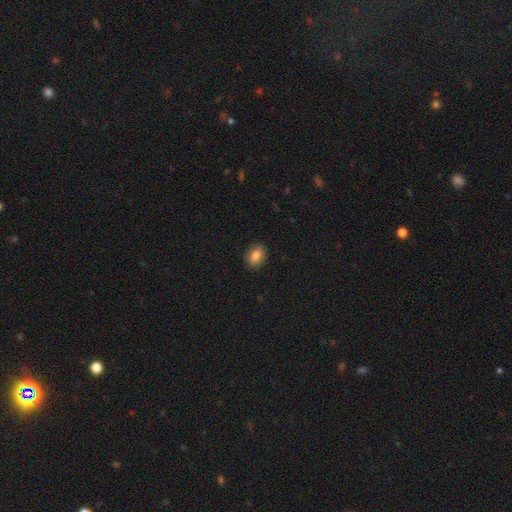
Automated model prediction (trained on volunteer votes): smooth-or-featured: smooth: 85% | star or artifact: 8% | featured or disk: 7%
  how-rounded: in between: 76% | round: 22% | cigar-shaped: 2%
  merging: none: 89% | minor disturbance: 8% | major disturbance: 2% | merger: 1%